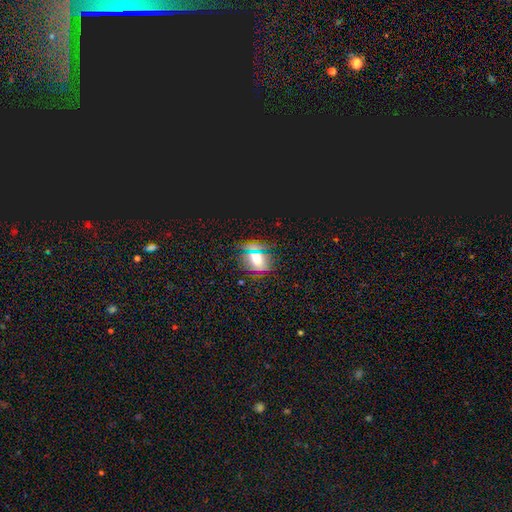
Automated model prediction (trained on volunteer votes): Smooth or featured? smooth (48%)
Merging? none (78%)